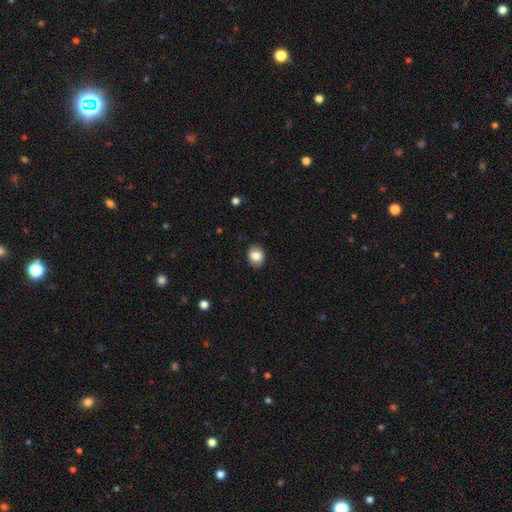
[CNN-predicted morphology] Smooth or featured? smooth (84%)
How rounded? in between (52%)
Merging? none (86%)